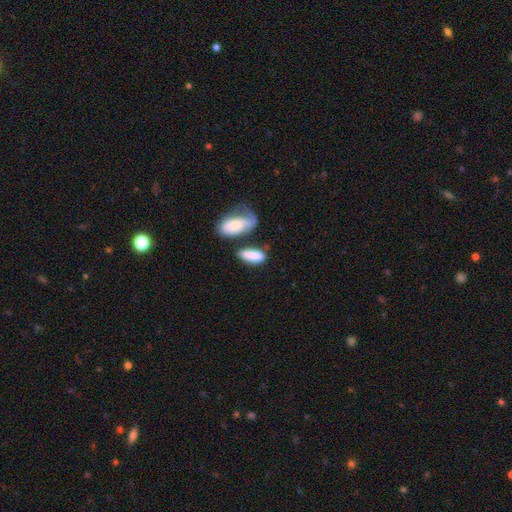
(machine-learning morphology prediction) smooth 80%, featured or disk 13%, star or artifact 7%. Down the decision tree: how rounded — in between (74%); merging — none (37%).